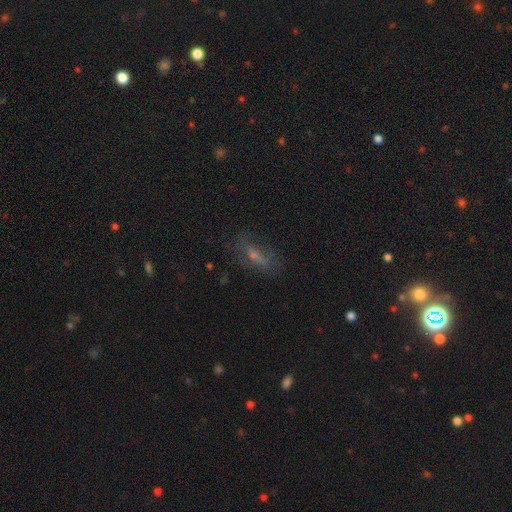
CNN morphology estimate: Overall: smooth (45%; featured or disk 39%). Merging: none (63%).